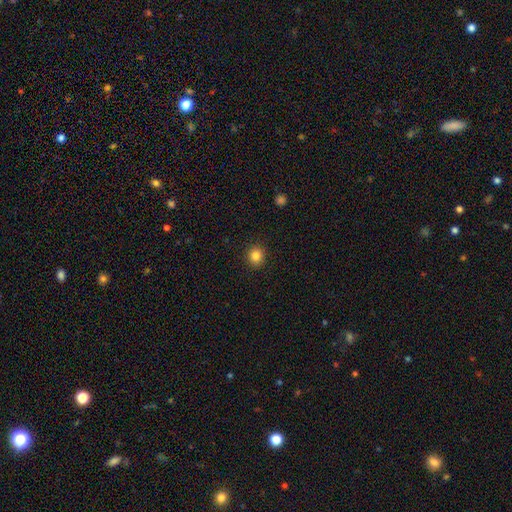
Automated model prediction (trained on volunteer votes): A smooth galaxy with no disk features (84%) that is round (88%). Merging: none (92%).